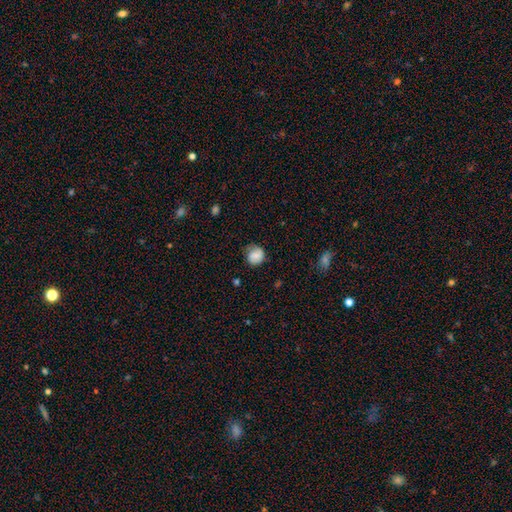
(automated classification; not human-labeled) Smooth or featured?
  - smooth: 69% *
  - featured or disk: 22%
  - star or artifact: 9%
How rounded?
  - round: 83% *
  - in between: 16%
  - cigar-shaped: 1%
Merging?
  - none: 65% *
  - minor disturbance: 25%
  - major disturbance: 8%
  - merger: 2%